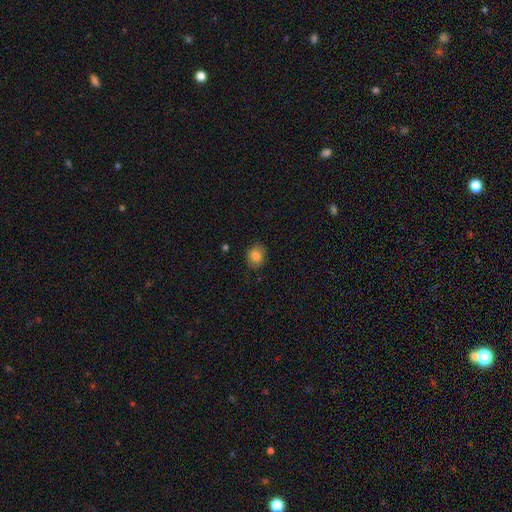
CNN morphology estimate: This appears to be a smooth galaxy with no disk features (82%) that is round (57%). Merging: none (81%).